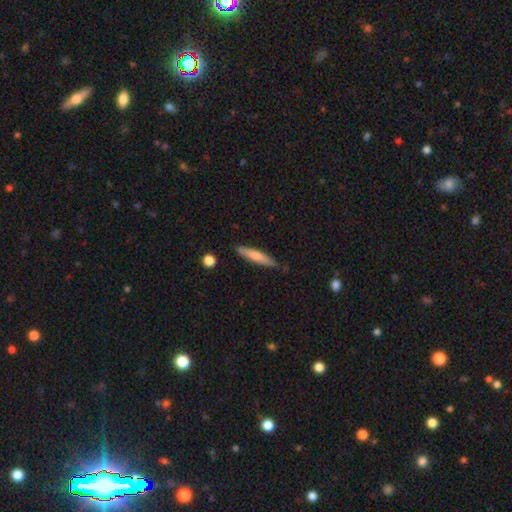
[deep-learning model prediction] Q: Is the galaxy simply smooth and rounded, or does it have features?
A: smooth — 68%.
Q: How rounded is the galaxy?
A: cigar-shaped — 88%.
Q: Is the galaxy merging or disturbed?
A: none — 85%.